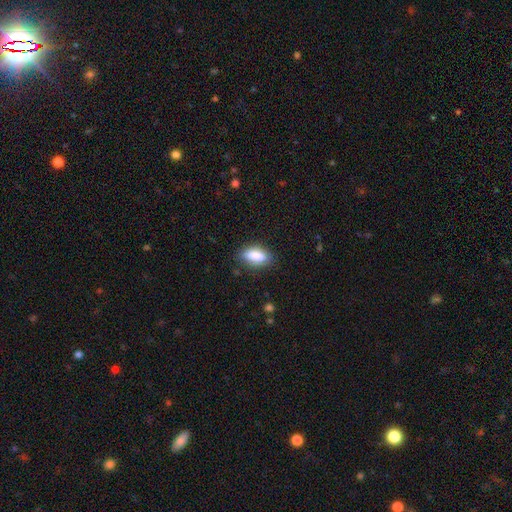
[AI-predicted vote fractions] Smooth or featured? smooth (86%)
How rounded? in between (83%)
Merging? none (82%)